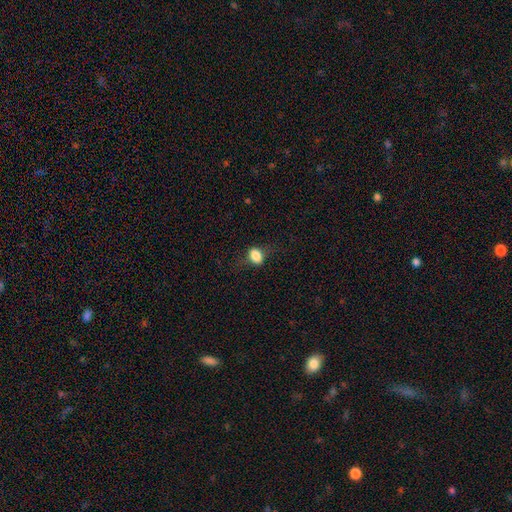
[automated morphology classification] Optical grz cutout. It shows a smooth galaxy with no disk features (82%) that is in between round and cigar-shaped (75%). Merging: none (68%).